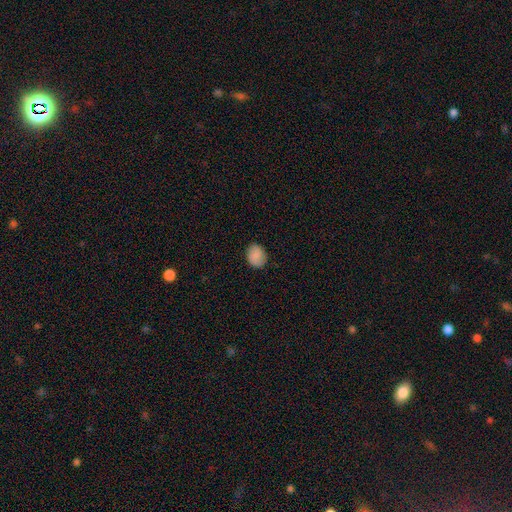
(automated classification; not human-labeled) A smooth galaxy with no disk features (85%) that is in between round and cigar-shaped (50%).

Vote fractions:
- Smooth or featured? smooth: 85% / star or artifact: 8% / featured or disk: 8%
- How rounded? in between: 50% / round: 49% / cigar-shaped: 1%
- Merging? none: 85% / minor disturbance: 11% / major disturbance: 3% / merger: 1%